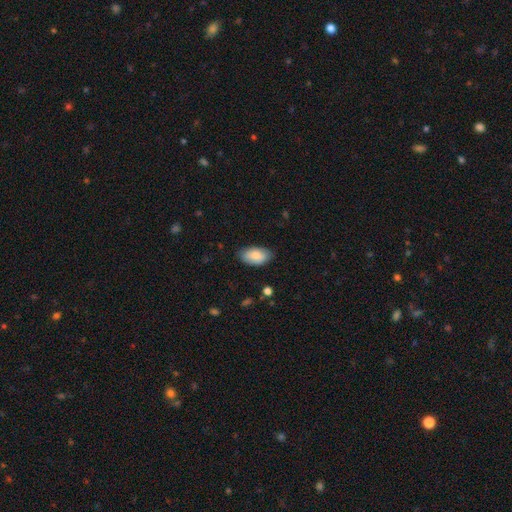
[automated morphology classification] This is clearly a smooth galaxy (83%). How rounded: clearly in between (95%). Merging: clearly none (80%).